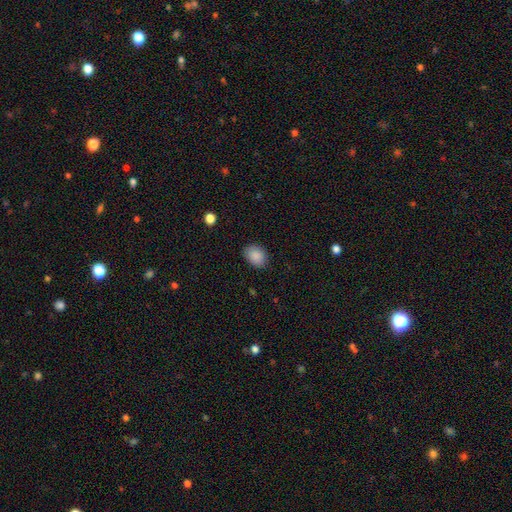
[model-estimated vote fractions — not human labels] Smooth or featured? smooth (88%)
How rounded? in between (66%)
Merging? none (84%)